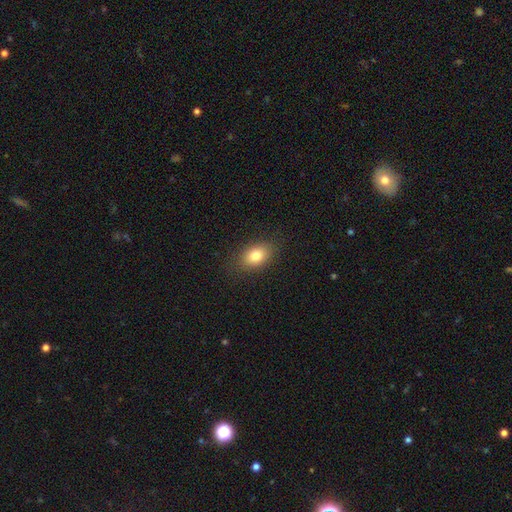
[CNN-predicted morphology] smooth 80%, featured or disk 11%, star or artifact 10%. Down the decision tree: how rounded — in between (83%); merging — none (86%).